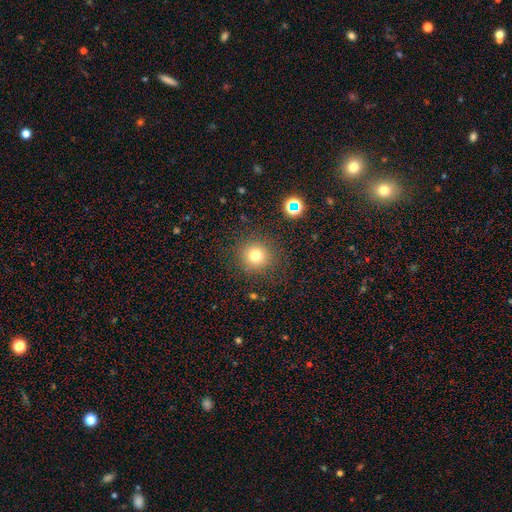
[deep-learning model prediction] The model was most divided on "smooth or featured": smooth: 76%, star or artifact: 16%, featured or disk: 8%. More confident: how rounded — round (93%); merging — none (86%).